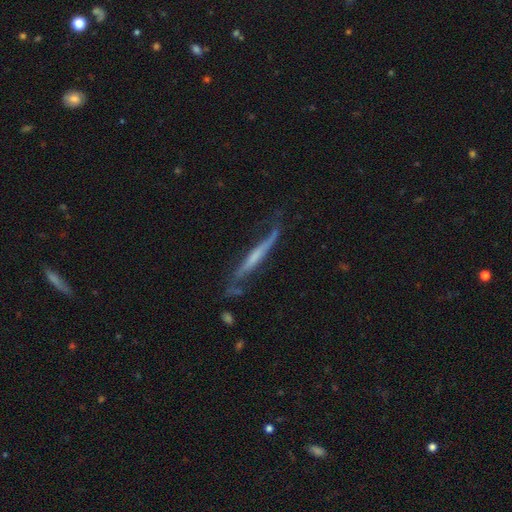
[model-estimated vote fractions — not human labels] This is likely a featured or disk galaxy (64%). It is clearly viewed edge-on (87%). Edge-on bulge: possibly none (59%). Merging: possibly none (55%).